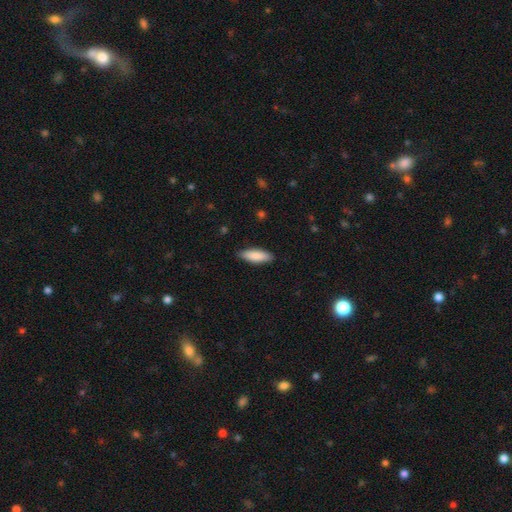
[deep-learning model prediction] Smooth or featured? smooth (87%)
How rounded? in between (59%)
Merging? none (87%)